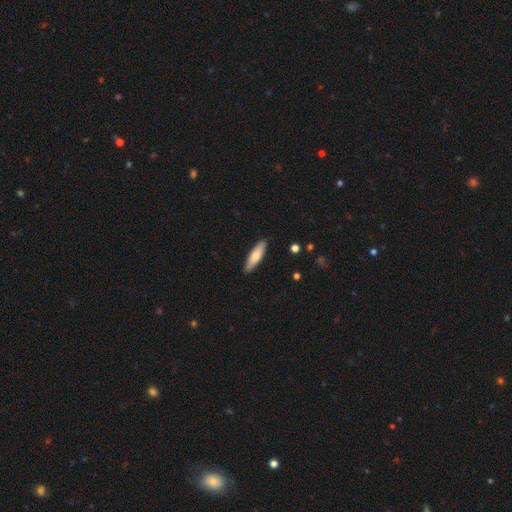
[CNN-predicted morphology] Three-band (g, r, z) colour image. It shows a smooth galaxy with no disk features (71%) that is cigar-shaped (62%). Merging: none (90%).